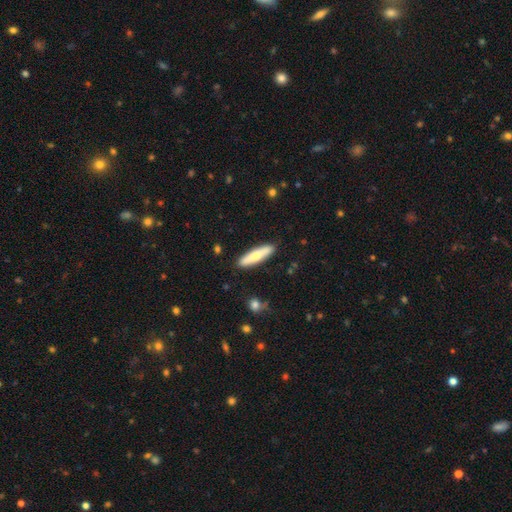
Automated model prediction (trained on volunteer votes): This is likely a smooth galaxy (66%). How rounded: likely cigar-shaped (75%). Merging: clearly none (88%).